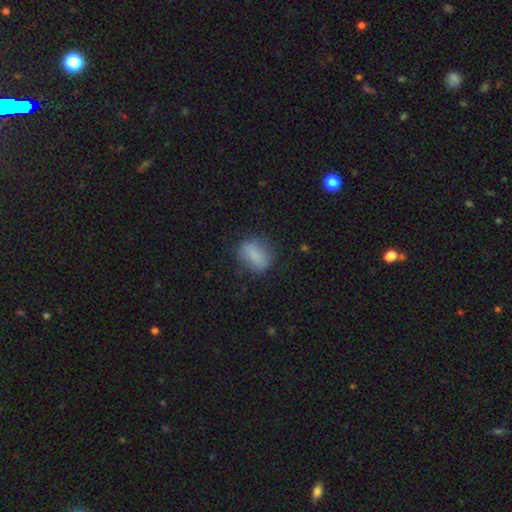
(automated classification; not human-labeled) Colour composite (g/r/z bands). It shows a smooth galaxy with no disk features (77%) that is in between round and cigar-shaped (71%). Merging: none (71%).